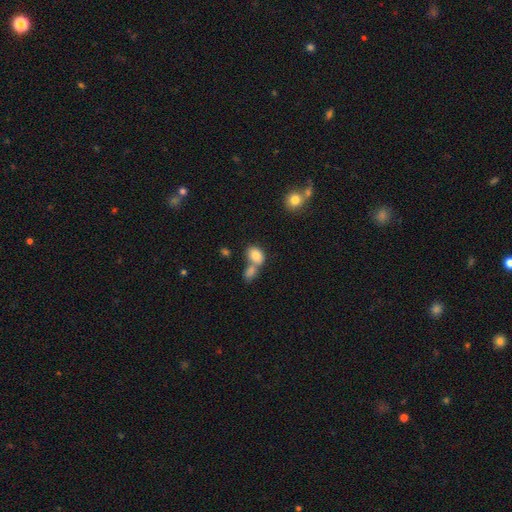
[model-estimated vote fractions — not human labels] smooth 82%, featured or disk 9%, star or artifact 9%. Down the decision tree: how rounded — in between (77%); merging — merger (51%).